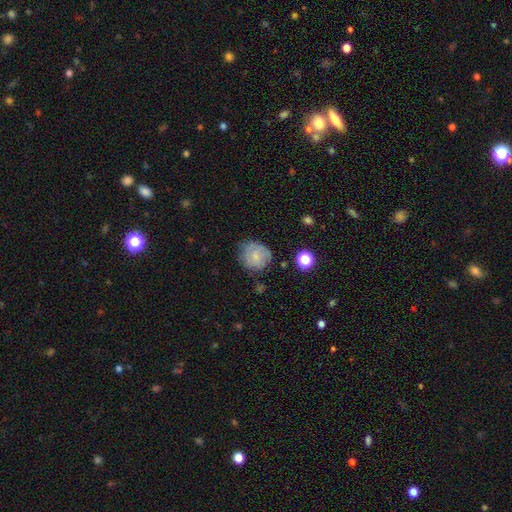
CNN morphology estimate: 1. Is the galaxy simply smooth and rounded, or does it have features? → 66% smooth, 24% featured or disk, 10% star or artifact.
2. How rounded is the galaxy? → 83% round, 16% in between, 1% cigar-shaped.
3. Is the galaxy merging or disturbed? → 67% none, 23% minor disturbance, 7% major disturbance, 2% merger.